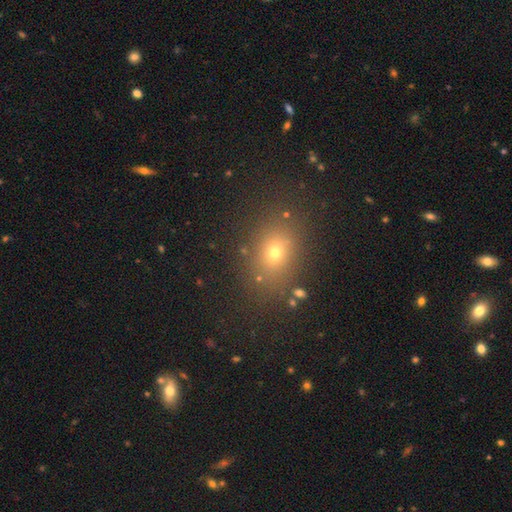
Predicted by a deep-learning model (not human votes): Smooth or featured? smooth (59%)
How rounded? in between (50%)
Merging? none (86%)